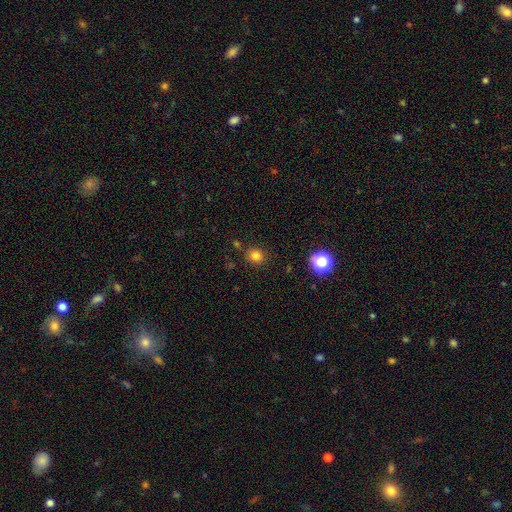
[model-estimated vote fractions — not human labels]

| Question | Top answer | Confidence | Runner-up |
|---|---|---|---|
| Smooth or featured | smooth | 79% | star or artifact (16%) |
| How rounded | round | 87% | in between (12%) |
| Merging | none | 86% | minor disturbance (8%) |